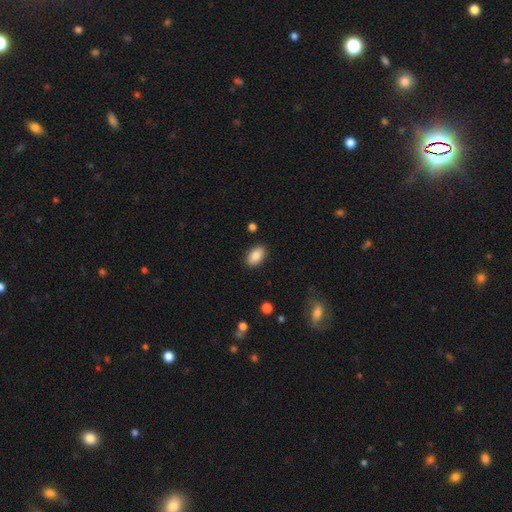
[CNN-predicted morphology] This is clearly a smooth galaxy (87%). How rounded: clearly in between (91%). Merging: clearly none (88%).